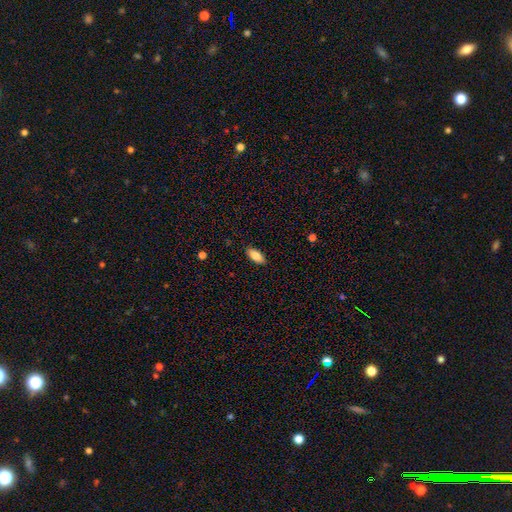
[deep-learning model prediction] The model was most divided on "smooth or featured": smooth: 84%, featured or disk: 9%, star or artifact: 7%. More confident: merging — none (88%); how rounded — in between (87%).